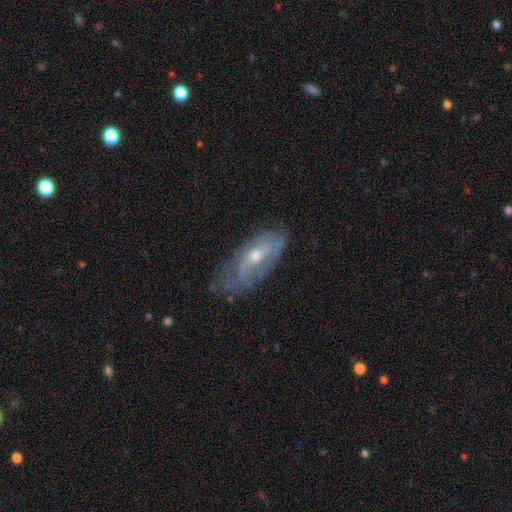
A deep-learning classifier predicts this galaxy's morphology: Smooth or featured: featured or disk — 70% (smooth — 23%)
Edge-on disk: no — 88% (yes — 12%)
Bar: no — 61% (weak — 32%)
Spiral arms: yes — 73% (no — 27%)
Bulge size: moderate — 64% (small — 29%)
Merging: none — 50% (minor disturbance — 31%)